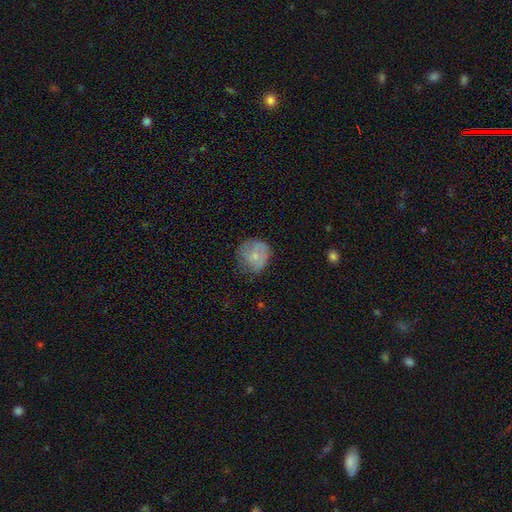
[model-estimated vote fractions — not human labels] smooth 70%, featured or disk 22%, star or artifact 8%. Down the decision tree: how rounded — round (87%); merging — none (61%).